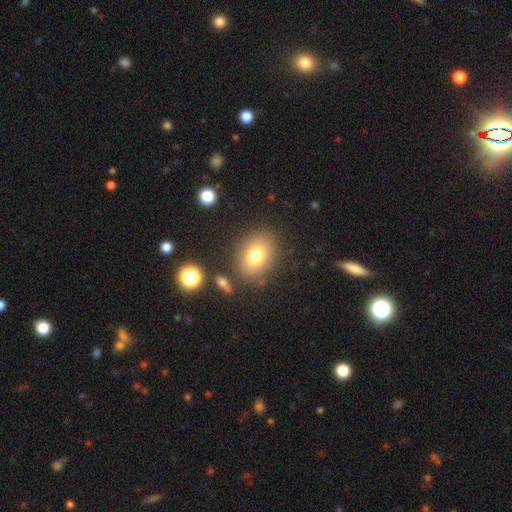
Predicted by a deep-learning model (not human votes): A smooth galaxy with no disk features (77%) that is in between round and cigar-shaped (62%). Merging: none (81%).